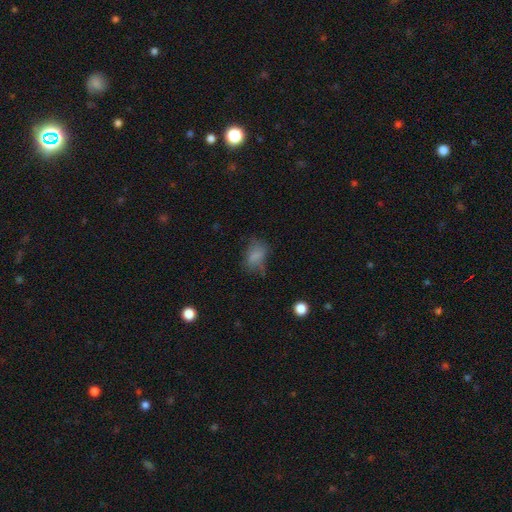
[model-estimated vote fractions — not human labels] The model was most divided on "merging": none: 48%, minor disturbance: 29%, major disturbance: 20%, merger: 3%. More confident: how rounded — in between (80%); smooth or featured — smooth (74%).